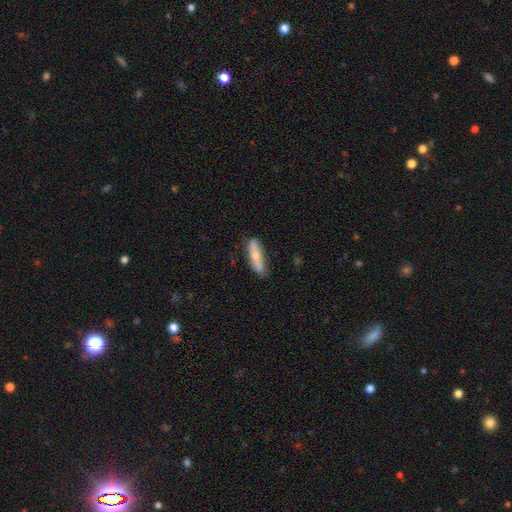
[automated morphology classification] Smooth or featured? Predicted: smooth (p=0.57). How rounded? Predicted: cigar-shaped (p=0.56). Merging? Predicted: none (p=0.74).